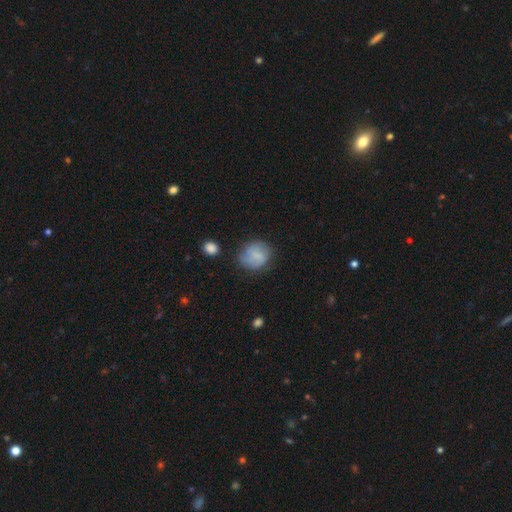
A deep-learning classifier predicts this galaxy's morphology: Overall: smooth (70%). How rounded: round (72%). Merging: none (66%).